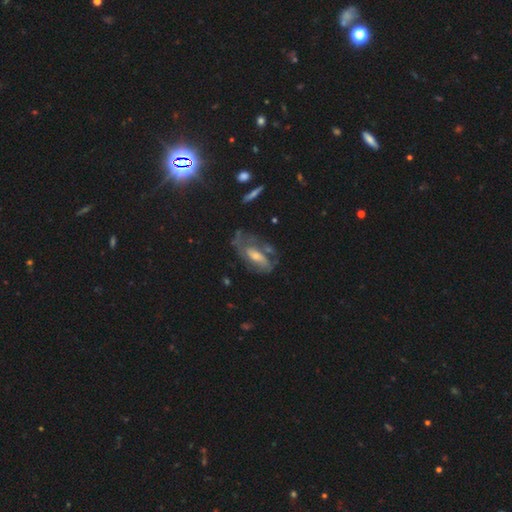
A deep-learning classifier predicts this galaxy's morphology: The model was most divided on "bar": no: 46%, weak: 39%, strong: 15%. Remaining: edge-on disk — no (88%); spiral arms — yes (76%); smooth or featured — featured or disk (68%); merging — none (49%); bulge size — moderate (49%).